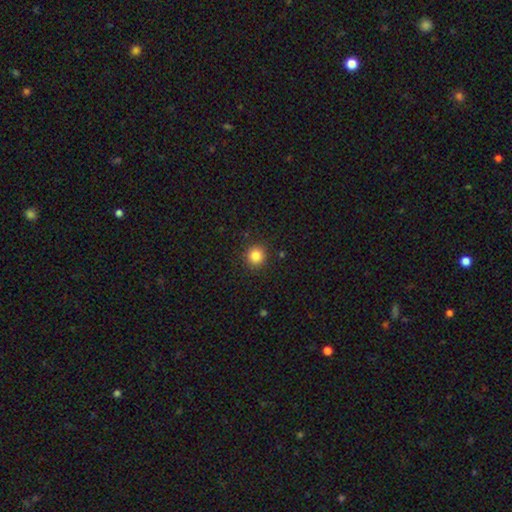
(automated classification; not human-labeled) Smooth or featured?
  - smooth: 84% *
  - star or artifact: 11%
  - featured or disk: 5%
How rounded?
  - round: 93% *
  - in between: 6%
  - cigar-shaped: 1%
Merging?
  - none: 91% *
  - minor disturbance: 6%
  - major disturbance: 2%
  - merger: 1%